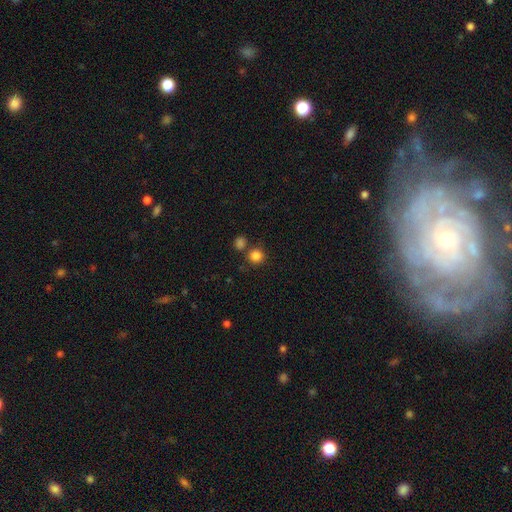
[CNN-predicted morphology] This appears to be a smooth galaxy with no disk features (84%) that is round (90%). Merging: none (74%).